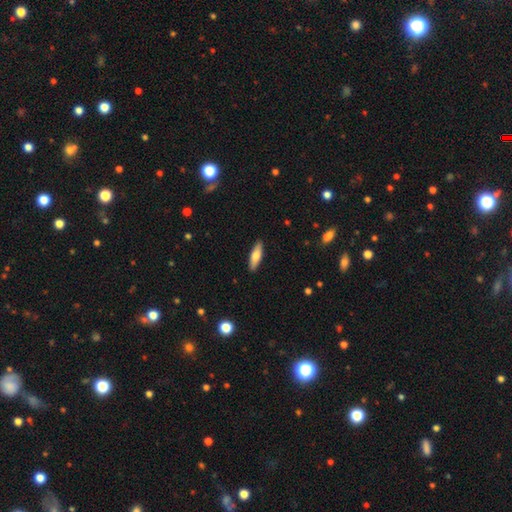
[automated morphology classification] Q: Smooth or featured?
A: smooth (68%); runner-up: featured or disk (26%)
Q: How rounded?
A: cigar-shaped (57%); runner-up: in between (41%)
Q: Merging?
A: none (90%); runner-up: minor disturbance (8%)